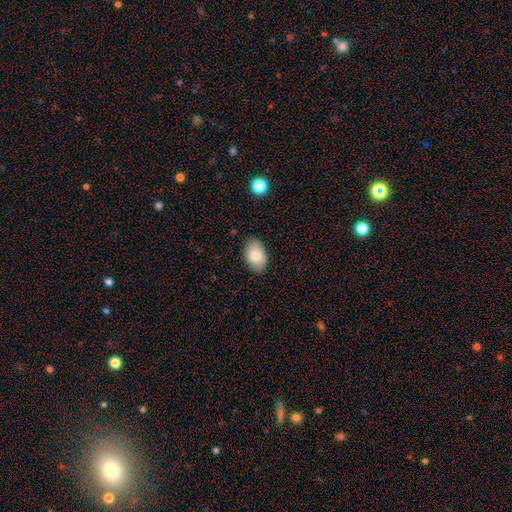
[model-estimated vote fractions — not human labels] Smooth or featured: smooth — 80% (featured or disk — 13%)
How rounded: in between — 90% (round — 8%)
Merging: none — 84% (minor disturbance — 12%)